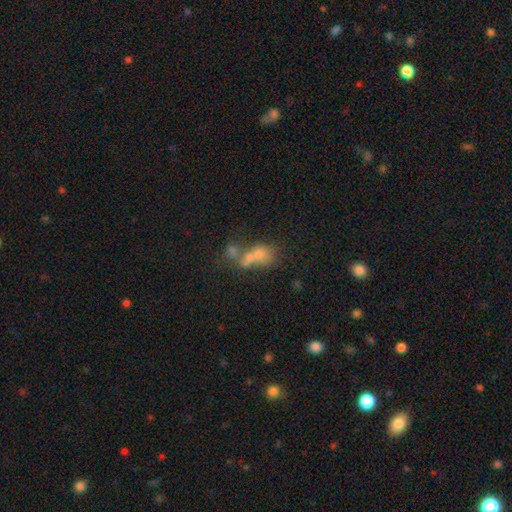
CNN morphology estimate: smooth-or-featured: smooth: 54% | featured or disk: 27% | star or artifact: 19%
  how-rounded: in between: 51% | round: 45% | cigar-shaped: 4%
  merging: merger: 58% | none: 25% | major disturbance: 9% | minor disturbance: 9%